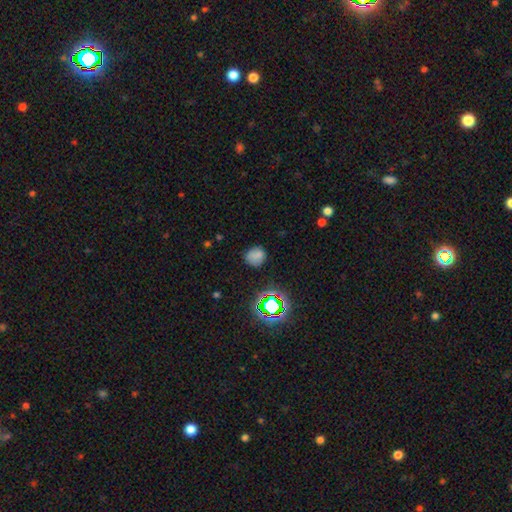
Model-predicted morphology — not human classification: smooth 70%, star or artifact 21%, featured or disk 9%. Down the decision tree: how rounded — round (73%); merging — none (75%).